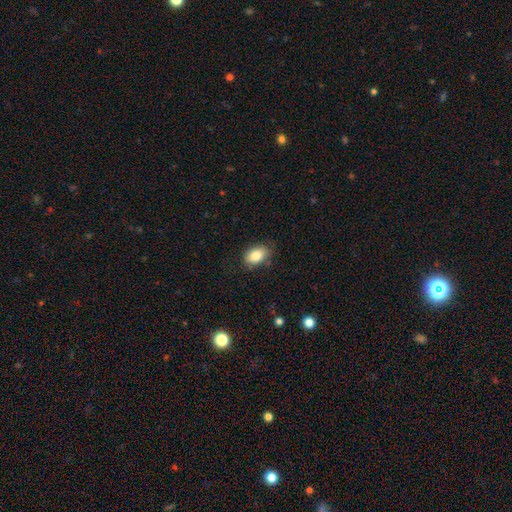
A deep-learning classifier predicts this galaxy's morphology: smooth_or_featured: smooth (p=0.84) [alt: featured or disk p=0.09]
how_rounded: in between (p=0.87) [alt: round p=0.12]
merging: none (p=0.80) [alt: minor disturbance p=0.15]